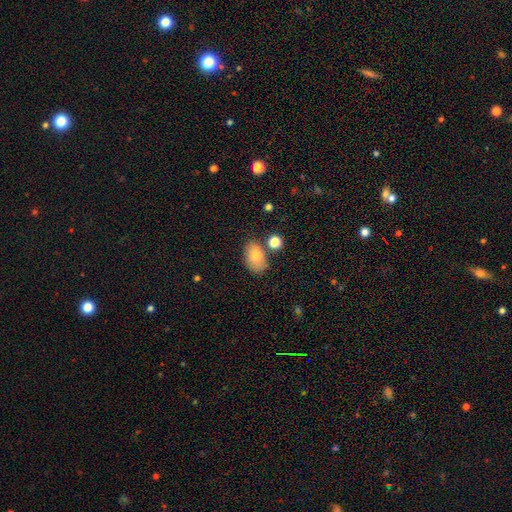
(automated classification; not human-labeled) Smooth or featured?
  - smooth: 81% *
  - featured or disk: 11%
  - star or artifact: 8%
How rounded?
  - in between: 90% *
  - round: 9%
  - cigar-shaped: 1%
Merging?
  - none: 68% *
  - minor disturbance: 18%
  - merger: 10%
  - major disturbance: 4%